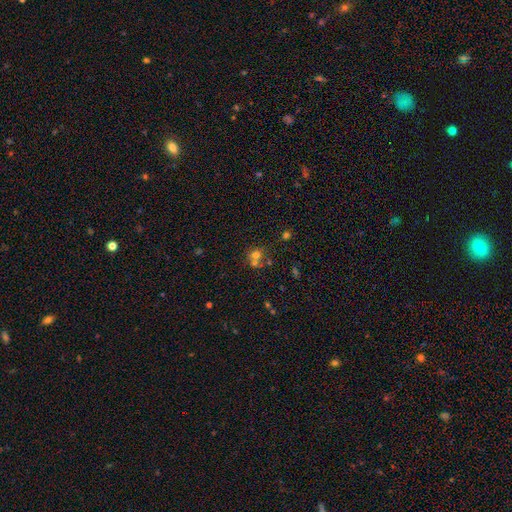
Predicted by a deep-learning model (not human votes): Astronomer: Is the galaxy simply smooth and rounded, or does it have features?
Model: smooth — 63%.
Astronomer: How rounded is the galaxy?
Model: round — 82%.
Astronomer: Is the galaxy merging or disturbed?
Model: none — 46% (runner-up: merger, 42%).